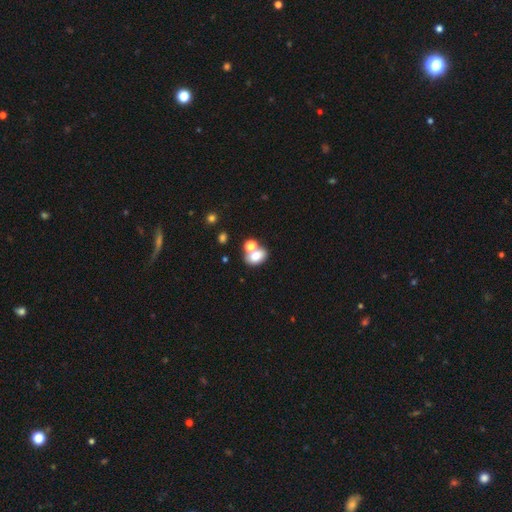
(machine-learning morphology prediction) This appears to be a smooth galaxy with no disk features (74%) that is in between round and cigar-shaped (76%). Merging: merger (46%).